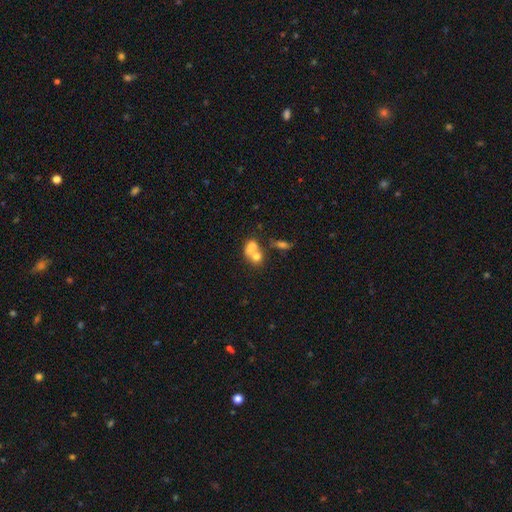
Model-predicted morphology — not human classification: Smooth or featured? smooth (63%)
How rounded? in between (50%)
Merging? merger (60%)